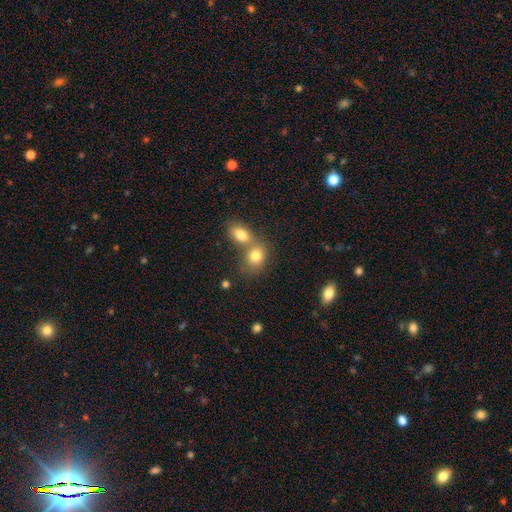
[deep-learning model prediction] Morphology: type=smooth (80%); roundness=round (49%, tied with in between); merging=merger (55%).